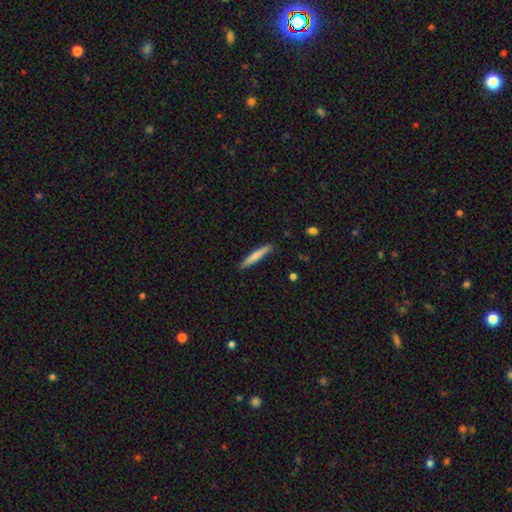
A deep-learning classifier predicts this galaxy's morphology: Smooth or featured: smooth — 73% (featured or disk — 22%)
How rounded: cigar-shaped — 94% (in between — 4%)
Merging: none — 88% (minor disturbance — 9%)